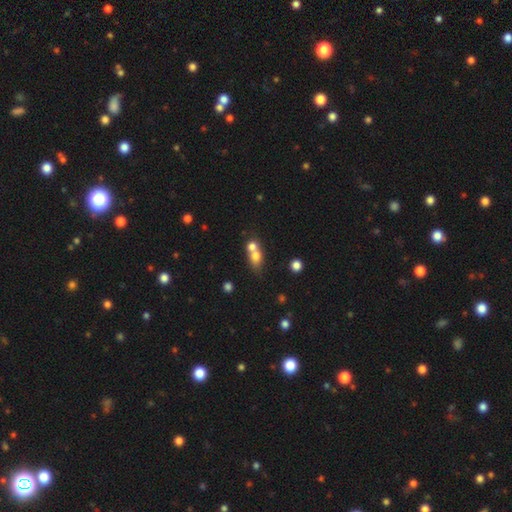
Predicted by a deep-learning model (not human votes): Overall: smooth (72%). How rounded: round (52%; in between 44%). Merging: merger (59%; none 29%).